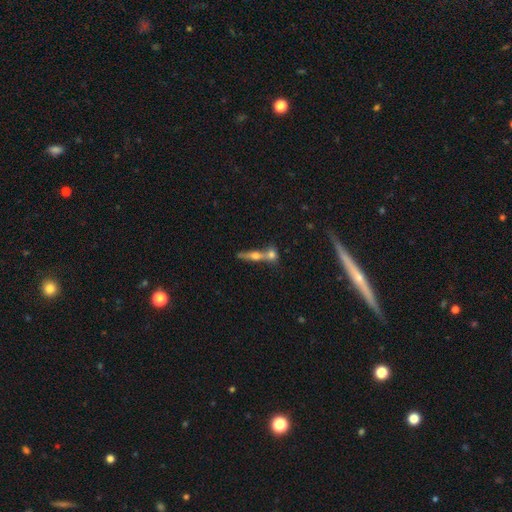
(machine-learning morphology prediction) type=featured or disk (47%); merging=merger (51%).